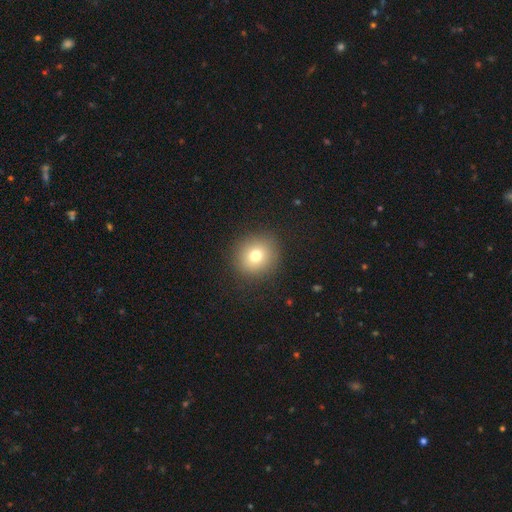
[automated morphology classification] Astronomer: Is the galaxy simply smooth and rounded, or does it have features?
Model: smooth — 75%.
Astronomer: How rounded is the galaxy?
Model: round — 89%.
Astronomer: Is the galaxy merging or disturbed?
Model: none — 90%.